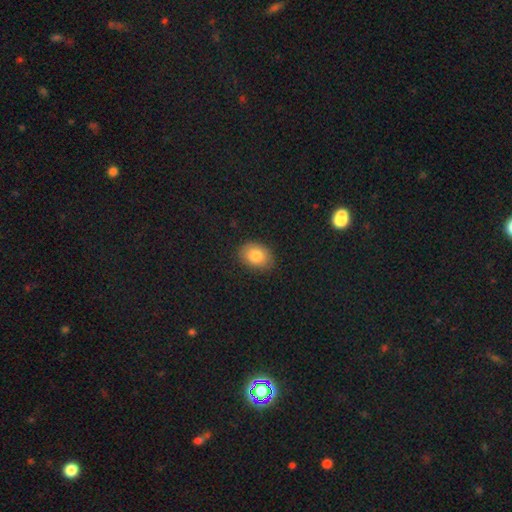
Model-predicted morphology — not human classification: This is clearly a smooth galaxy (83%). How rounded: likely in between (70%). Merging: clearly none (85%).